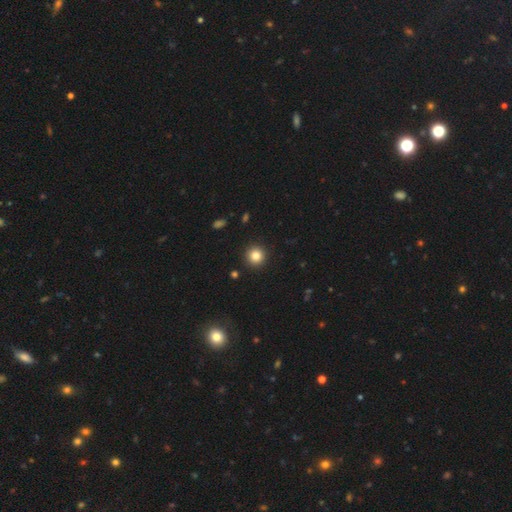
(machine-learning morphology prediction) smooth 83%, star or artifact 11%, featured or disk 6%. Down the decision tree: how rounded — round (95%); merging — none (92%).